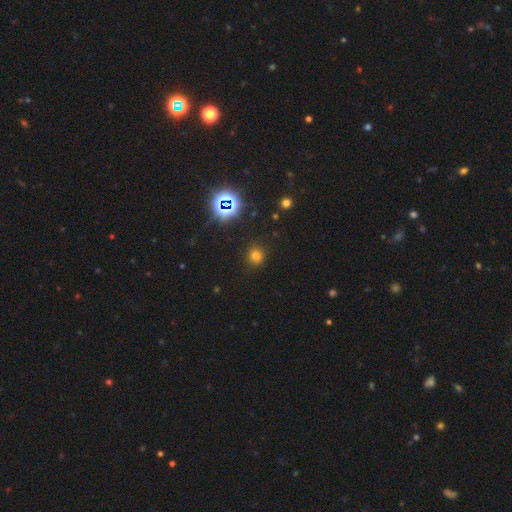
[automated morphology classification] A smooth galaxy with no disk features (67%) that is round (87%).

Vote fractions:
- Smooth or featured? smooth: 67% / star or artifact: 26% / featured or disk: 6%
- How rounded? round: 87% / in between: 12% / cigar-shaped: 1%
- Merging? none: 86% / minor disturbance: 9% / major disturbance: 3% / merger: 2%